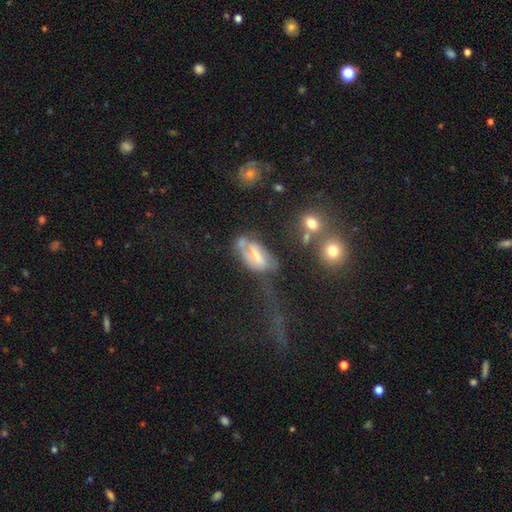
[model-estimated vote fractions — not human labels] This is possibly a featured or disk galaxy (56%). It is clearly not viewed edge-on (87%). Merging: marginally major disturbance (35%).